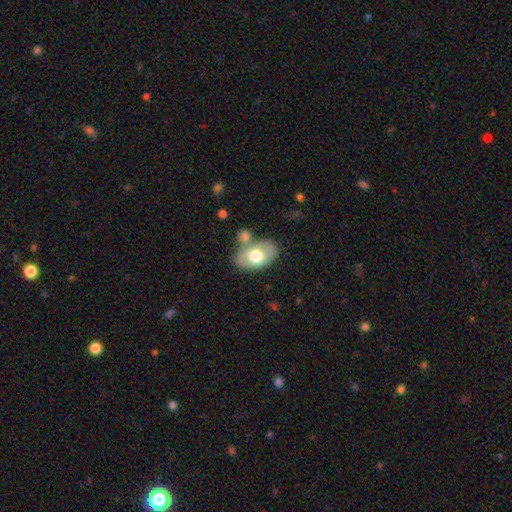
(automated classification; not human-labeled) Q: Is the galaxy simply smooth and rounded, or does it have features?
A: smooth — 60%.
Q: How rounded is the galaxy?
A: in between — 89%.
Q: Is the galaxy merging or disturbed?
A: none — 58%.